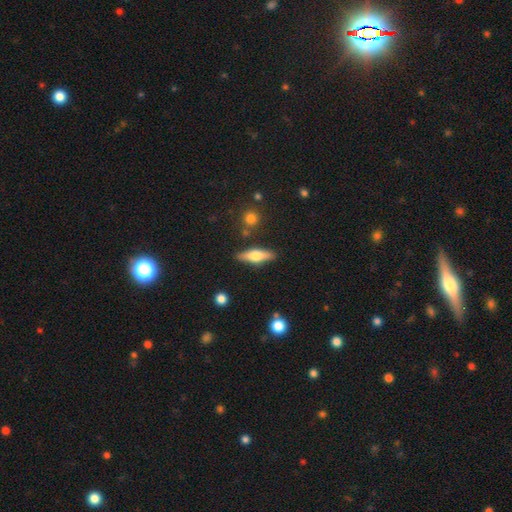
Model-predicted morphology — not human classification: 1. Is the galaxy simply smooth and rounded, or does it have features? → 48% smooth, 46% featured or disk, 6% star or artifact.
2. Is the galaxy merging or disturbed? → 84% none, 10% minor disturbance, 3% merger, 2% major disturbance.